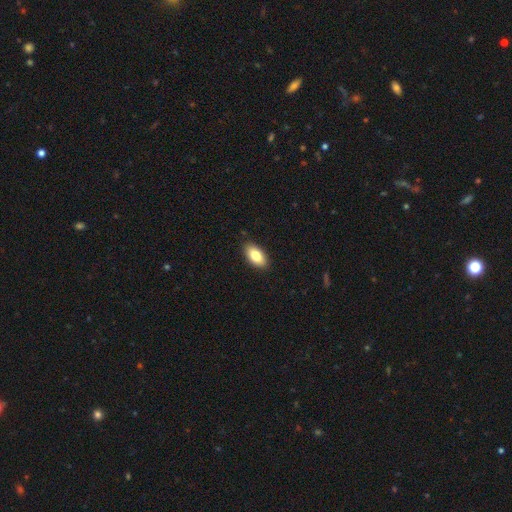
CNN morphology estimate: This appears to be a smooth galaxy with no disk features (84%) that is in between round and cigar-shaped (93%). Merging: none (88%).